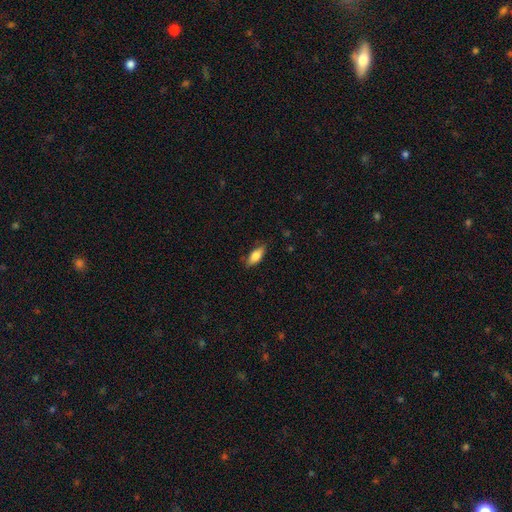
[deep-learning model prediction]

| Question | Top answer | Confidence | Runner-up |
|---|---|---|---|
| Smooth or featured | smooth | 79% | featured or disk (14%) |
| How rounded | in between | 77% | cigar-shaped (20%) |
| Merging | none | 77% | minor disturbance (18%) |